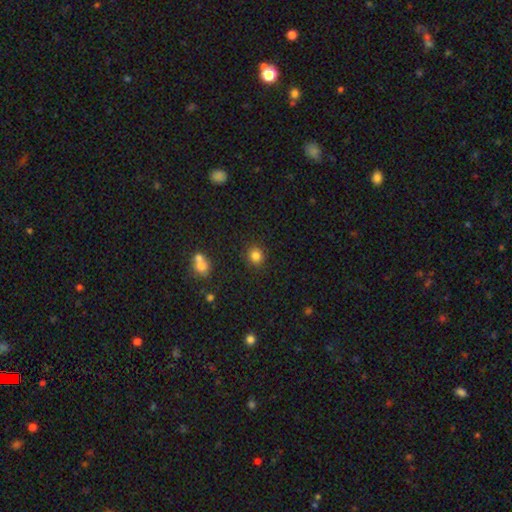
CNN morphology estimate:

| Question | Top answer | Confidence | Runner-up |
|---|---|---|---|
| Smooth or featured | smooth | 83% | star or artifact (12%) |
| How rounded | round | 84% | in between (15%) |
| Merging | none | 87% | minor disturbance (8%) |